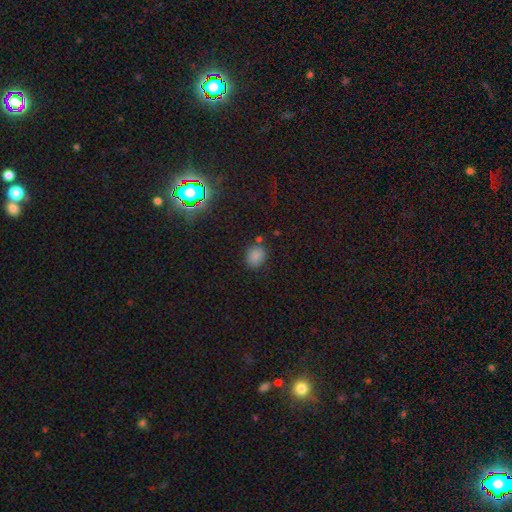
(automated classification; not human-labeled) Smooth or featured?
  - smooth: 80% *
  - star or artifact: 15%
  - featured or disk: 5%
How rounded?
  - round: 67% *
  - in between: 32%
  - cigar-shaped: 1%
Merging?
  - none: 76% *
  - minor disturbance: 13%
  - merger: 7%
  - major disturbance: 4%